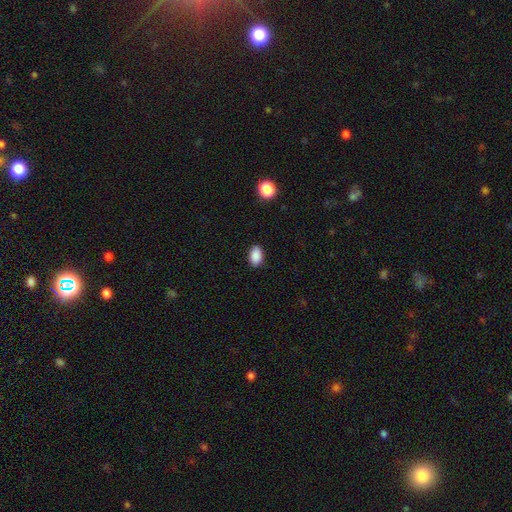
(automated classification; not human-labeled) smooth 89%, star or artifact 8%, featured or disk 3%. Down the decision tree: how rounded — in between (87%); merging — none (88%).